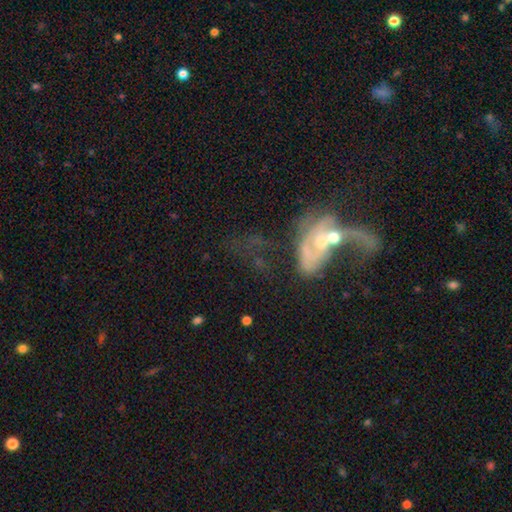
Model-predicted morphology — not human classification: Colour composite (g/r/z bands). It shows a featured or disk galaxy (67%) with no bar (69%), spiral arms (58%) and a moderate central bulge (46%). Merging: merger (60%).